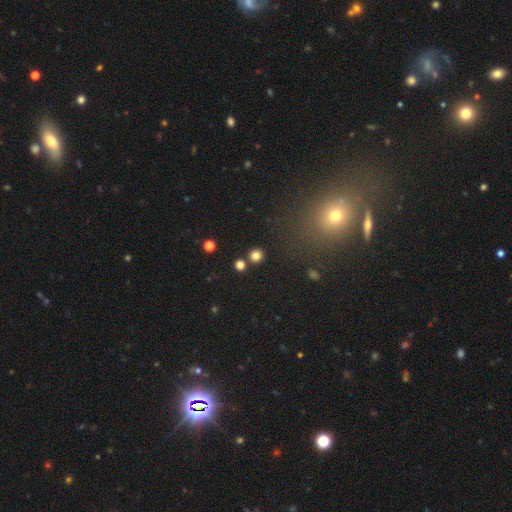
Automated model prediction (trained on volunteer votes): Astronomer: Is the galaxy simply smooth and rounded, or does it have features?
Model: smooth — 80%.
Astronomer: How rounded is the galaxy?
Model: round — 90%.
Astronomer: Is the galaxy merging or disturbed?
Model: none — 82%.